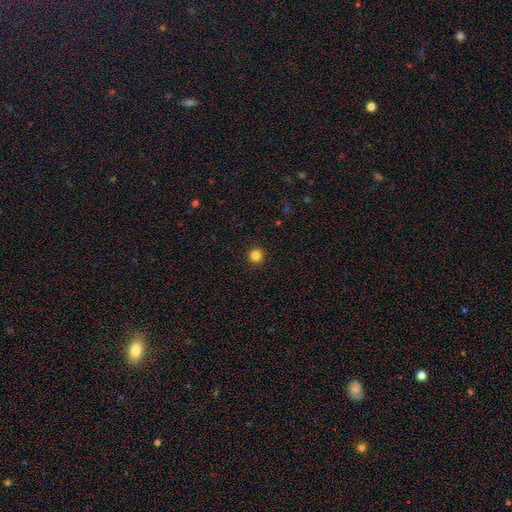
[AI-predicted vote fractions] smooth-or-featured: smooth: 84% | star or artifact: 12% | featured or disk: 4%
  how-rounded: round: 95% | in between: 4% | cigar-shaped: 1%
  merging: none: 93% | minor disturbance: 4% | major disturbance: 2% | merger: 1%